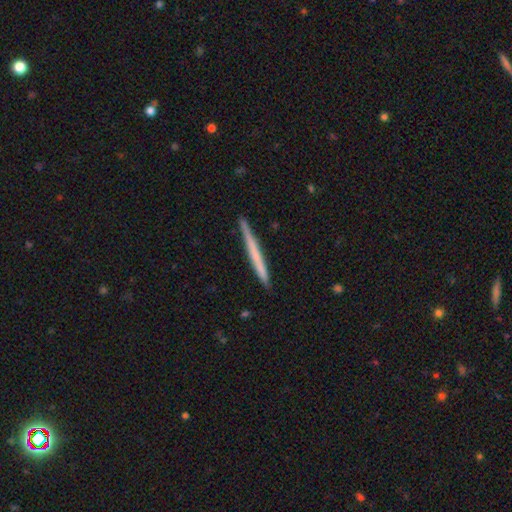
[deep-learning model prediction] Smooth or featured?
  - smooth: 52% *
  - featured or disk: 43%
  - star or artifact: 5%
How rounded?
  - cigar-shaped: 97% *
  - in between: 2%
  - round: 1%
Merging?
  - none: 90% *
  - minor disturbance: 7%
  - major disturbance: 1%
  - merger: 1%